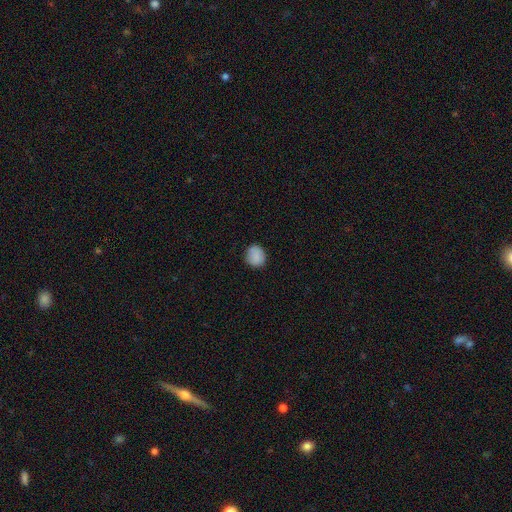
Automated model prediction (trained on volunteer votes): This appears to be a smooth galaxy with no disk features (88%) that is round (78%). Merging: none (85%).